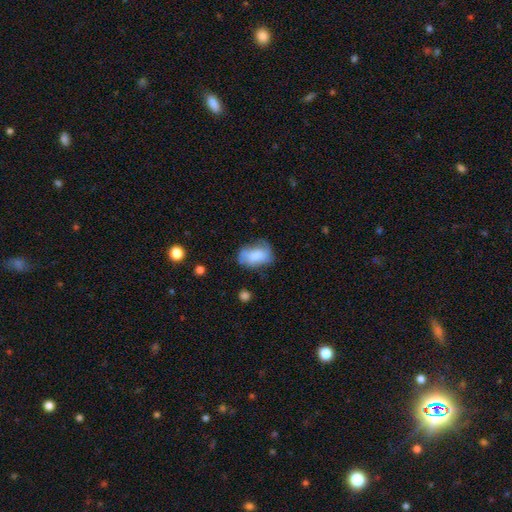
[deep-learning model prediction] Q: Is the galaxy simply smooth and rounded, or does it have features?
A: smooth — 69%.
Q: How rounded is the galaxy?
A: in between — 87%.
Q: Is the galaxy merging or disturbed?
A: none — 52%.